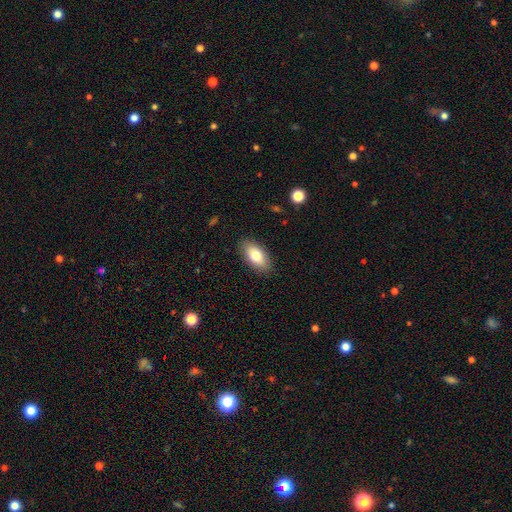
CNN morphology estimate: Smooth or featured? Predicted: smooth (p=0.78). How rounded? Predicted: in between (p=0.90). Merging? Predicted: none (p=0.88).